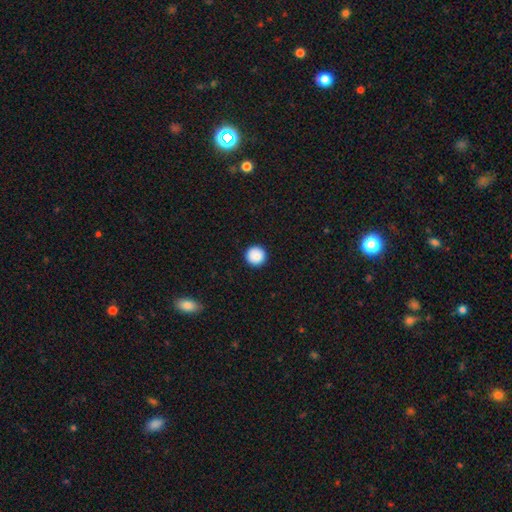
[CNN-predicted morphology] The model was most divided on "smooth or featured": smooth: 87%, star or artifact: 8%, featured or disk: 5%. More confident: how rounded — round (97%); merging — none (92%).